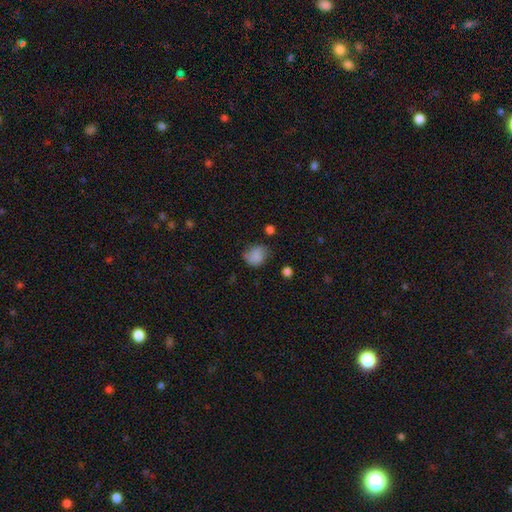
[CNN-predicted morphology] smooth_or_featured: smooth (p=0.81) [alt: star or artifact p=0.10]
how_rounded: round (p=0.55) [alt: in between p=0.44]
merging: none (p=0.57) [alt: minor disturbance p=0.31]